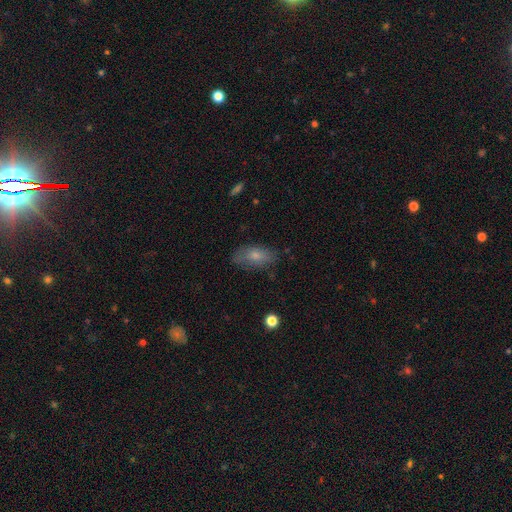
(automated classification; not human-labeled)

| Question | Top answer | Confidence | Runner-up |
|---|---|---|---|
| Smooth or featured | smooth | 73% | featured or disk (19%) |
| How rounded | in between | 89% | cigar-shaped (6%) |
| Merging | none | 73% | minor disturbance (19%) |